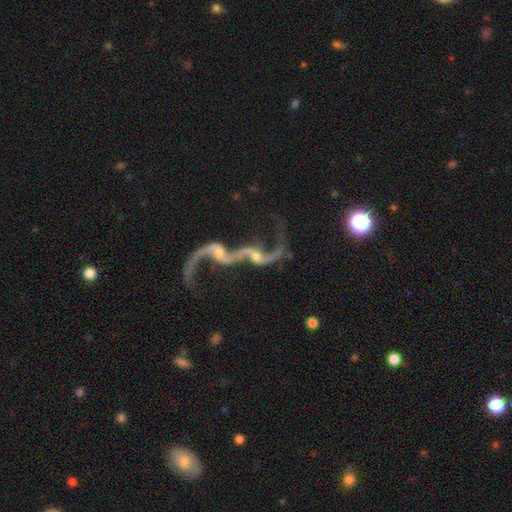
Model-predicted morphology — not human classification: featured or disk 83%, star or artifact 9%, smooth 8%. Down the decision tree: edge-on disk — no (93%); bar — no (57%); spiral arms — yes (81%); spiral arm count — 2 (78%); spiral winding — loose (92%); bulge size — small (43%); merging — merger (64%).